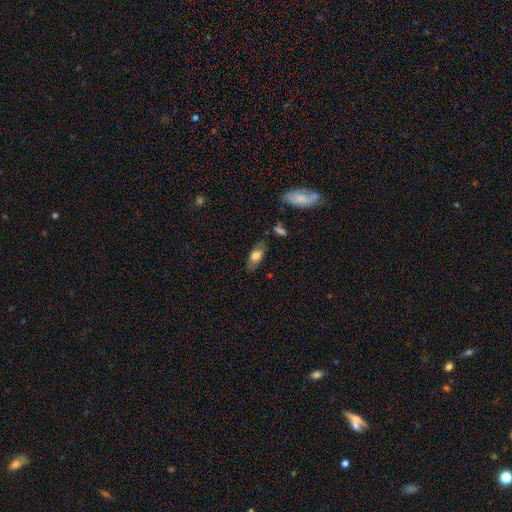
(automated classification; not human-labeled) Smooth or featured?
  - smooth: 69% *
  - featured or disk: 24%
  - star or artifact: 7%
How rounded?
  - in between: 82% *
  - cigar-shaped: 14%
  - round: 4%
Merging?
  - none: 75% *
  - minor disturbance: 18%
  - major disturbance: 5%
  - merger: 3%